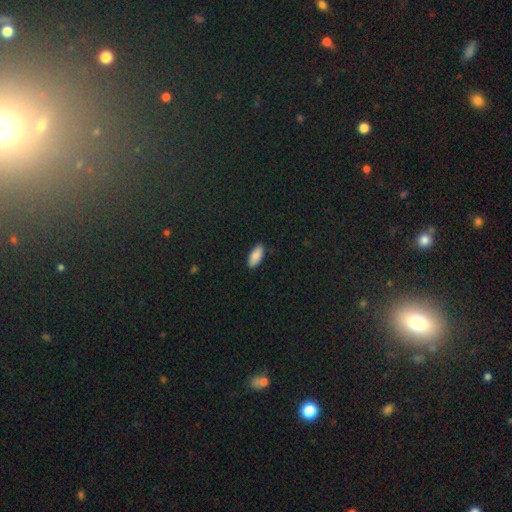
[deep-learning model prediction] smooth 88%, star or artifact 7%, featured or disk 5%. Down the decision tree: how rounded — in between (85%); merging — none (88%).